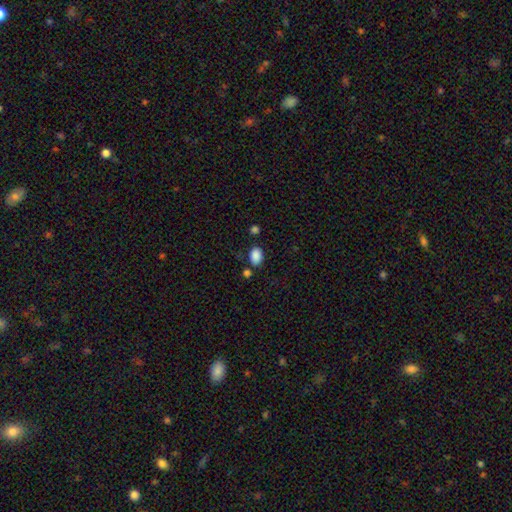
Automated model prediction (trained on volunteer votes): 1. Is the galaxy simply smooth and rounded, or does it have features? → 88% smooth, 8% star or artifact, 4% featured or disk.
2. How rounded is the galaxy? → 83% in between, 16% round, 1% cigar-shaped.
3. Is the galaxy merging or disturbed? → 76% none, 12% minor disturbance, 8% merger, 4% major disturbance.